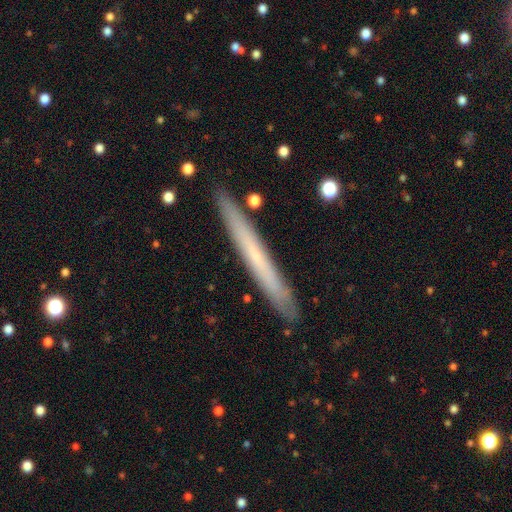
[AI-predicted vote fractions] The model was most divided on "smooth or featured": featured or disk: 48%, smooth: 45%, star or artifact: 7%. More confident: merging — none (90%).